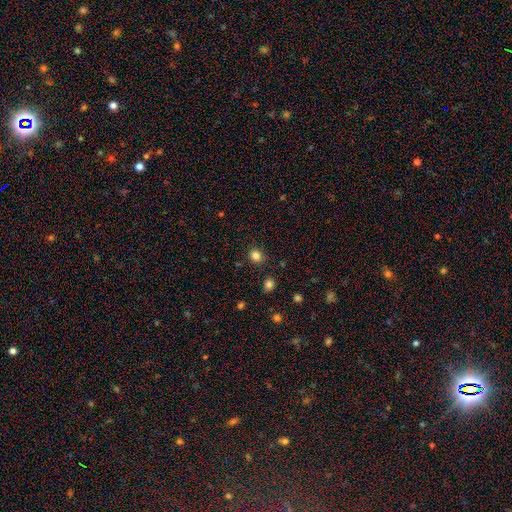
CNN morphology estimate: Smooth or featured: smooth — 83% (star or artifact — 13%)
How rounded: round — 72% (in between — 27%)
Merging: none — 85% (minor disturbance — 10%)